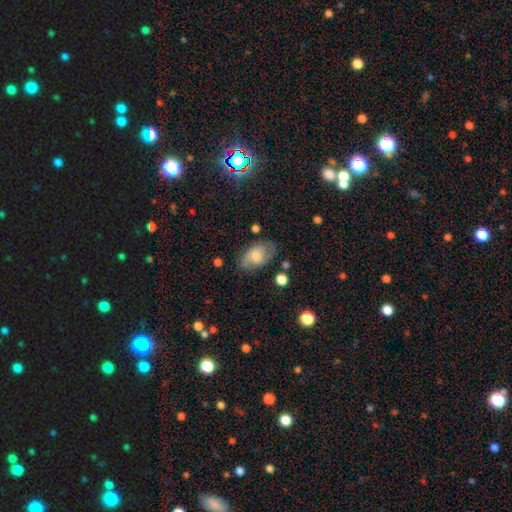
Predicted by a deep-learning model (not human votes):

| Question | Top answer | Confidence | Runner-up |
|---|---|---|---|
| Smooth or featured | smooth | 53% | featured or disk (39%) |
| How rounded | in between | 91% | round (8%) |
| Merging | none | 68% | minor disturbance (22%) |